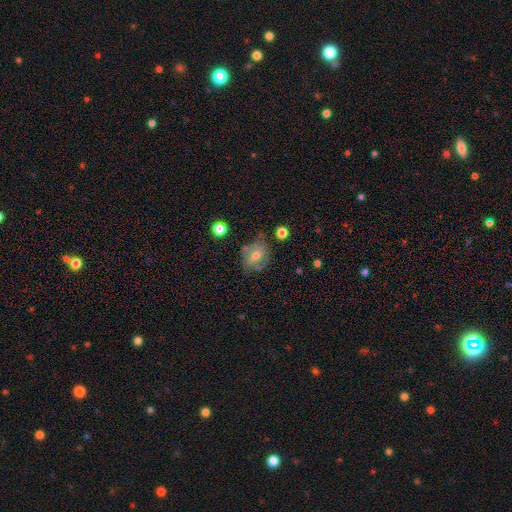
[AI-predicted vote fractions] A smooth galaxy with no disk features (45%, tied with featured or disk).

Vote fractions:
- Smooth or featured? smooth: 45% (tied) / featured or disk: 45% (tied) / star or artifact: 10%
- Merging? none: 59% / minor disturbance: 25% / major disturbance: 11% / merger: 4%